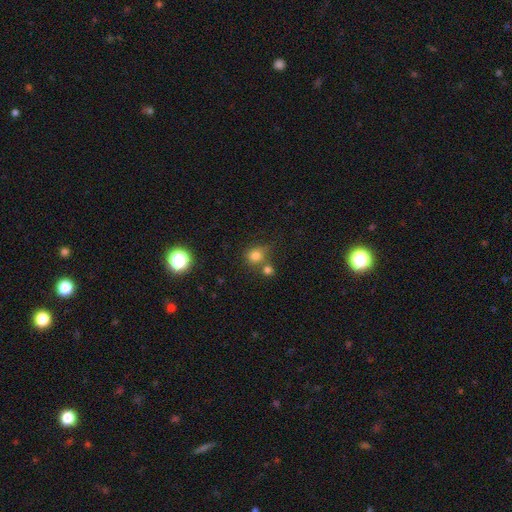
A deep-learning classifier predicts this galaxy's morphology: The model was most divided on "merging": none: 57%, merger: 26%, minor disturbance: 12%, major disturbance: 5%. More confident: how rounded — round (84%); smooth or featured — smooth (77%).